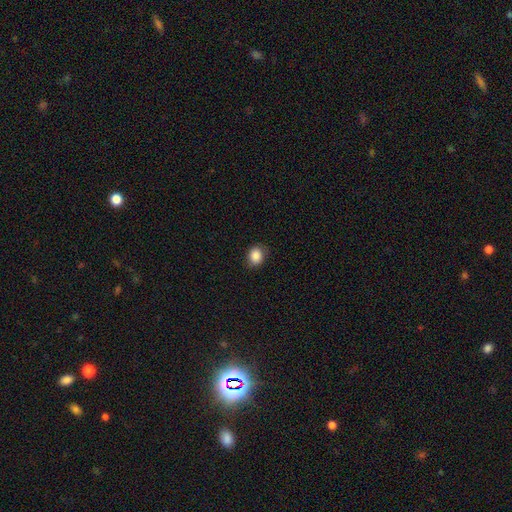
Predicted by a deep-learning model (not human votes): Smooth or featured: smooth — 87% (star or artifact — 9%)
How rounded: round — 59% (in between — 40%)
Merging: none — 82% (minor disturbance — 14%)